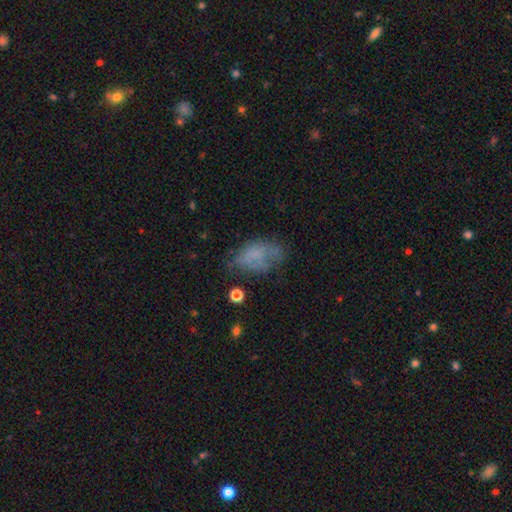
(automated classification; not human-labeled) smooth_or_featured: smooth (p=0.58) [alt: featured or disk p=0.29]
how_rounded: in between (p=0.88) [alt: round p=0.09]
merging: none (p=0.41) [alt: minor disturbance p=0.29]